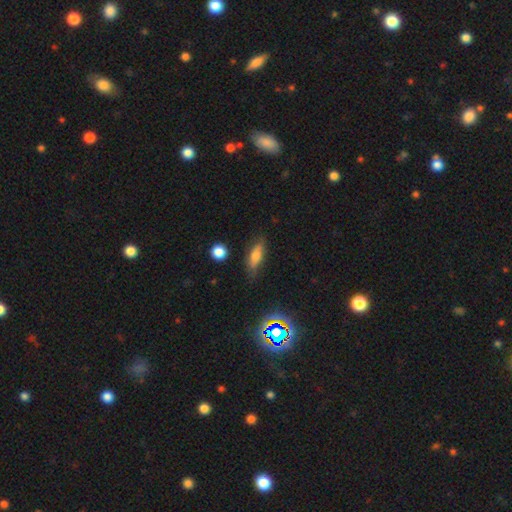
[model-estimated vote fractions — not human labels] Smooth or featured: smooth — 67% (featured or disk — 22%)
How rounded: in between — 58% (cigar-shaped — 38%)
Merging: none — 73% (minor disturbance — 20%)